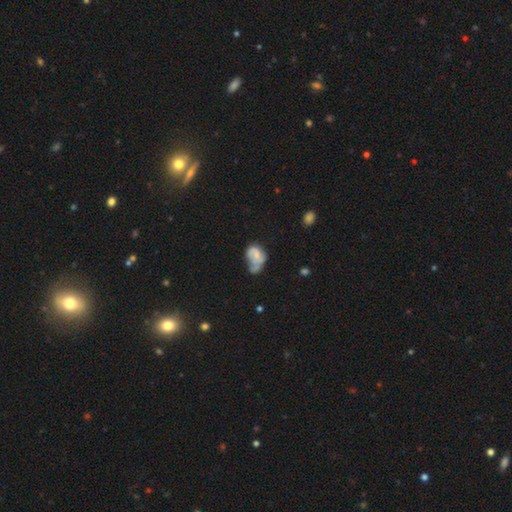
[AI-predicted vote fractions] smooth_or_featured: smooth (p=0.51) [alt: featured or disk p=0.40]
how_rounded: in between (p=0.78) [alt: round p=0.21]
merging: minor disturbance (p=0.31) [alt: major disturbance p=0.28]